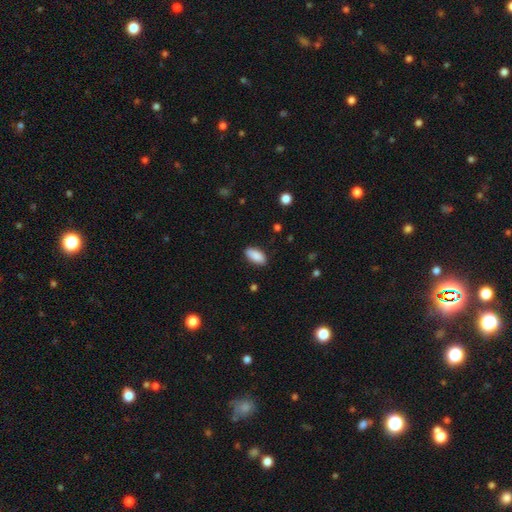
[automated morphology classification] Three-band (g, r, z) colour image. It shows a smooth galaxy with no disk features (89%) that is in between round and cigar-shaped (90%). Merging: none (86%).